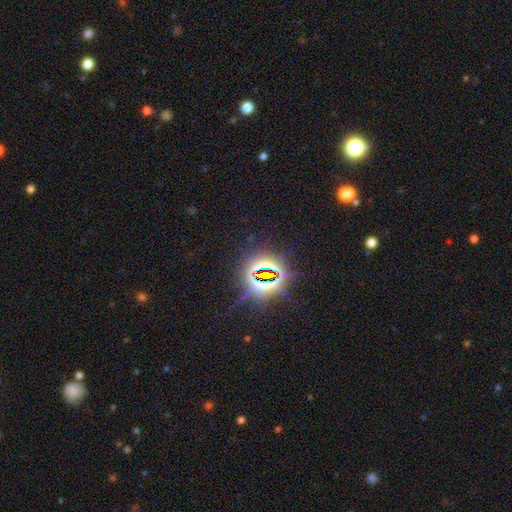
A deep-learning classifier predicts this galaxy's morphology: A star or artifact, not a galaxy (81%).